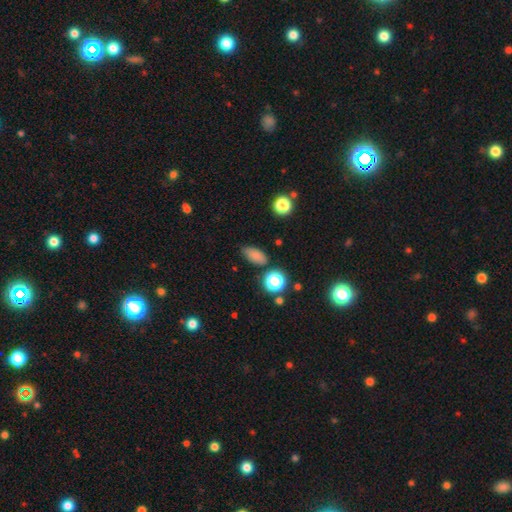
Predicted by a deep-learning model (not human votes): Q: Smooth or featured?
A: smooth (81%); runner-up: star or artifact (13%)
Q: How rounded?
A: in between (83%); runner-up: round (10%)
Q: Merging?
A: none (78%); runner-up: minor disturbance (15%)